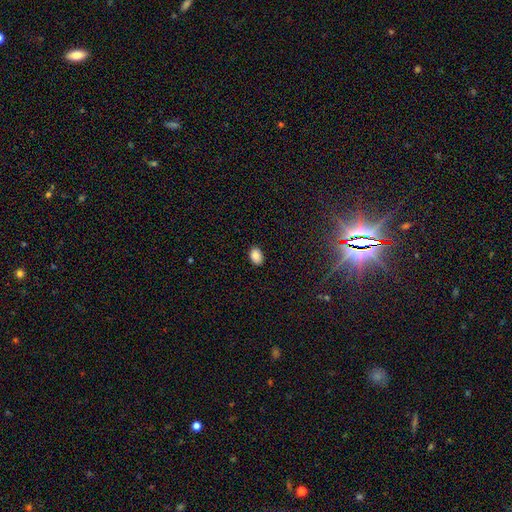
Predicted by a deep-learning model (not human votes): This is clearly a smooth galaxy (86%). How rounded: clearly in between (82%). Merging: clearly none (88%).